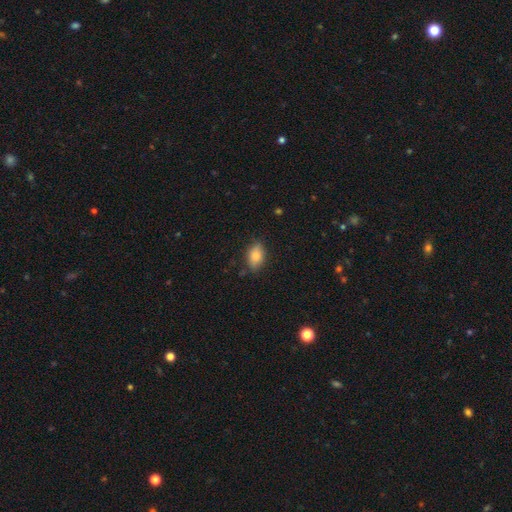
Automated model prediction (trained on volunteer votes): Overall: smooth (79%). How rounded: in between (87%). Merging: none (81%).